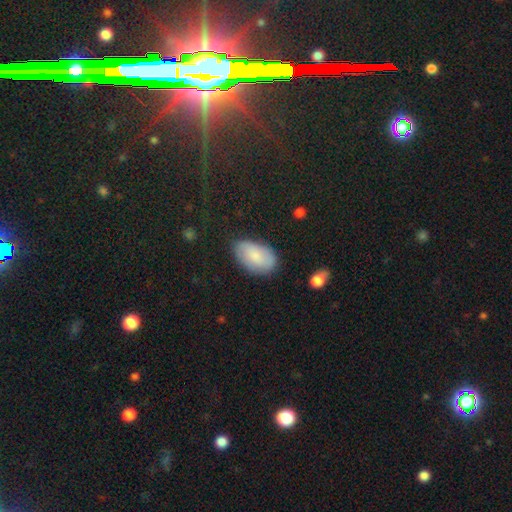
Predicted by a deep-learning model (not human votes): smooth_or_featured: smooth (p=0.71) [alt: featured or disk p=0.21]
how_rounded: in between (p=0.93) [alt: round p=0.05]
merging: none (p=0.77) [alt: minor disturbance p=0.17]